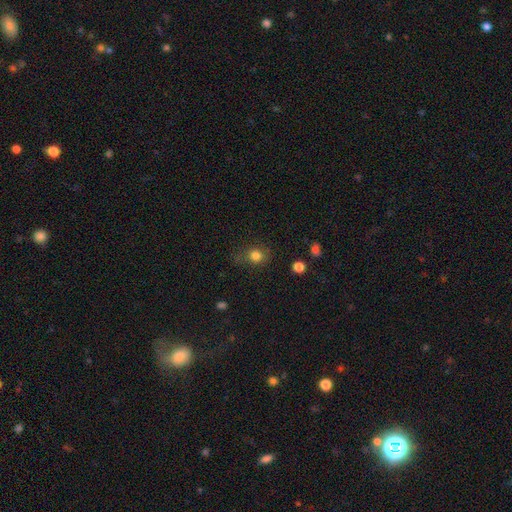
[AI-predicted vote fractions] Smooth or featured: smooth — 80% (star or artifact — 13%)
How rounded: round — 69% (in between — 30%)
Merging: none — 70% (minor disturbance — 20%)